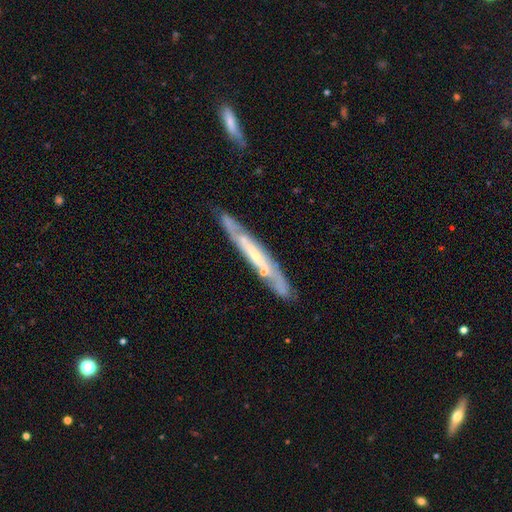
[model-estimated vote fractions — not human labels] Smooth or featured?
  - featured or disk: 71% *
  - smooth: 23%
  - star or artifact: 6%
Edge-on disk?
  - yes: 66% *
  - no: 34%
Merging?
  - none: 74% *
  - minor disturbance: 16%
  - merger: 6%
  - major disturbance: 4%